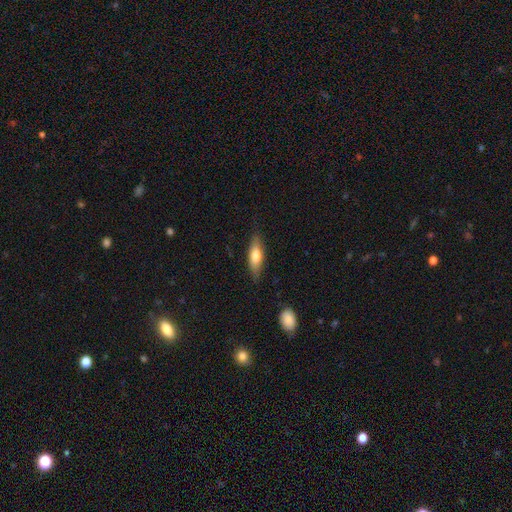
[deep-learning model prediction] The model was most divided on "how rounded": cigar-shaped: 52%, in between: 46%, round: 2%. More confident: merging — none (81%); smooth or featured — smooth (65%).